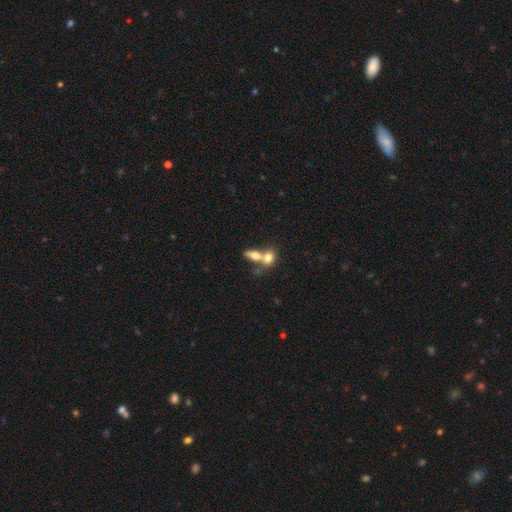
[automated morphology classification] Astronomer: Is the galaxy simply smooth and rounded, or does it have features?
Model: smooth — 71%.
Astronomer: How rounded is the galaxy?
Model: in between — 68%.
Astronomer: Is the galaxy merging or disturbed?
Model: merger — 66%.